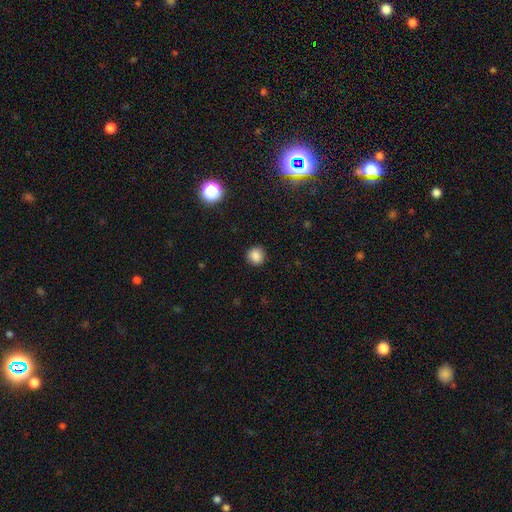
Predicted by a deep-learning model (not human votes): Overall: smooth (86%). How rounded: round (92%). Merging: none (91%).